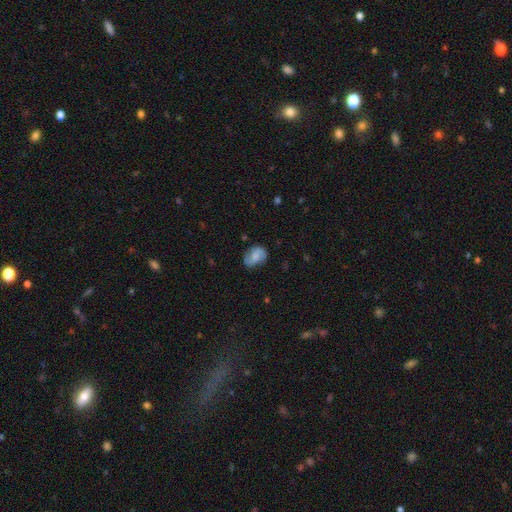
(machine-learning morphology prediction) A featured or disk galaxy (55%) with no bar (55%), spiral arms (90%) and a moderate central bulge (33%).

Vote fractions:
- Smooth or featured? featured or disk: 55% / smooth: 37% / star or artifact: 8%
- Edge-on disk? no: 97% / yes: 3%
- Bar? no: 55% / weak: 37% / strong: 8%
- Spiral arms? yes: 90% / no: 10%
- Bulge size? moderate: 33% / small: 32% / none: 25% / large: 8% / dominant: 2%
- Merging? none: 71% / minor disturbance: 21% / major disturbance: 6% / merger: 2%